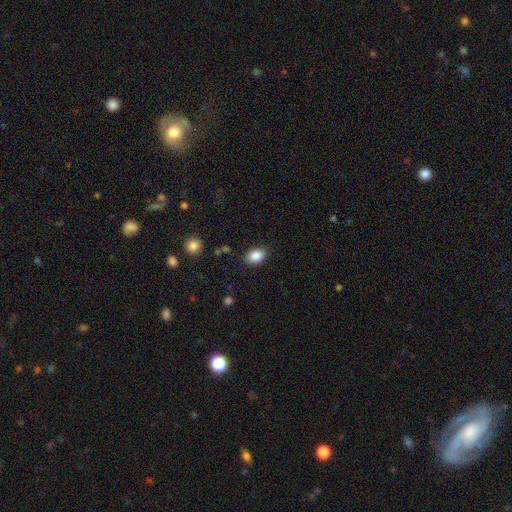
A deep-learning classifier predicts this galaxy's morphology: Smooth or featured? Predicted: smooth (p=0.87). How rounded? Predicted: in between (p=0.76). Merging? Predicted: none (p=0.85).